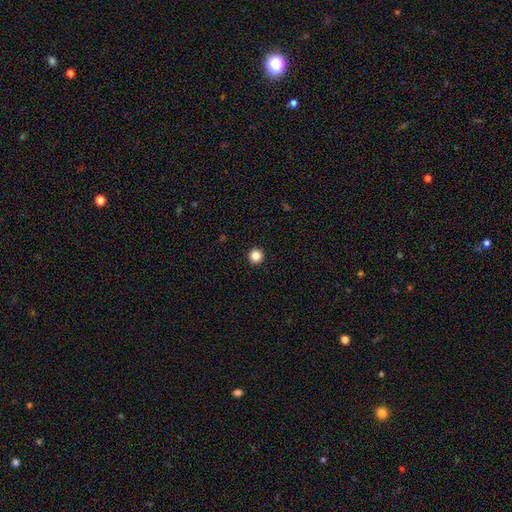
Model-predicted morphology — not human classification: Q: Smooth or featured?
A: smooth (85%); runner-up: star or artifact (11%)
Q: How rounded?
A: round (96%); runner-up: in between (3%)
Q: Merging?
A: none (94%); runner-up: minor disturbance (3%)